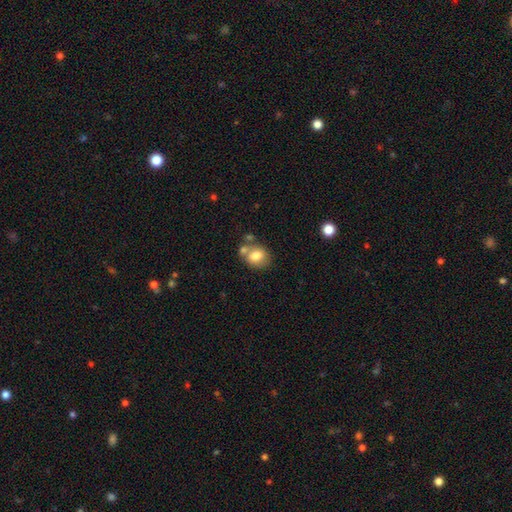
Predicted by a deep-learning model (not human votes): Smooth or featured: smooth — 77% (featured or disk — 14%)
How rounded: round — 58% (in between — 41%)
Merging: none — 54% (merger — 26%)